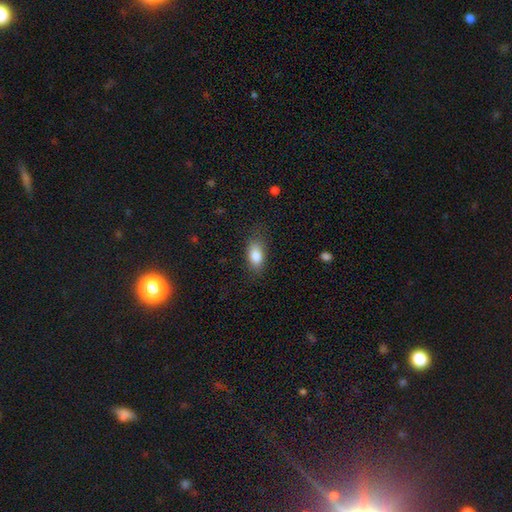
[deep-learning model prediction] Smooth or featured? Predicted: smooth (p=0.84). How rounded? Predicted: in between (p=0.87). Merging? Predicted: none (p=0.73).